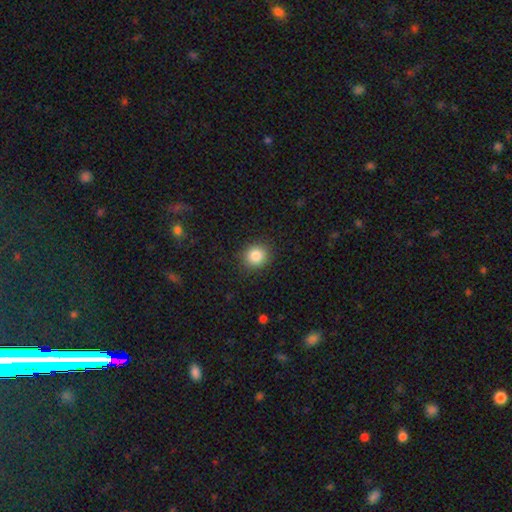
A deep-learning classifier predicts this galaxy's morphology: Smooth or featured? Predicted: smooth (p=0.85). How rounded? Predicted: round (p=0.86). Merging? Predicted: none (p=0.90).